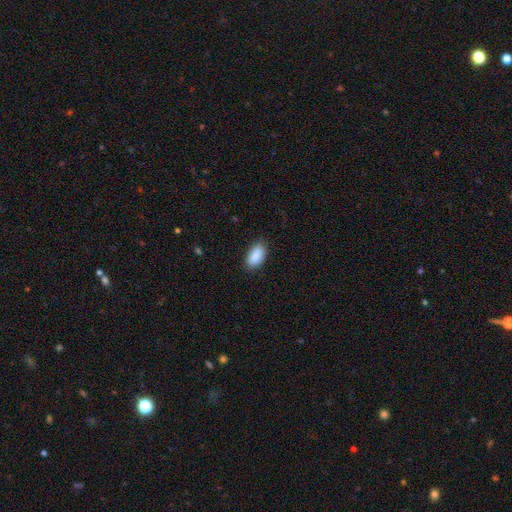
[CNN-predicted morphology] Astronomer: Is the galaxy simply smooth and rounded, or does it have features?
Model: smooth — 90%.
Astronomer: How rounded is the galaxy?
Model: in between — 94%.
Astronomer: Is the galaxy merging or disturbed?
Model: none — 84%.